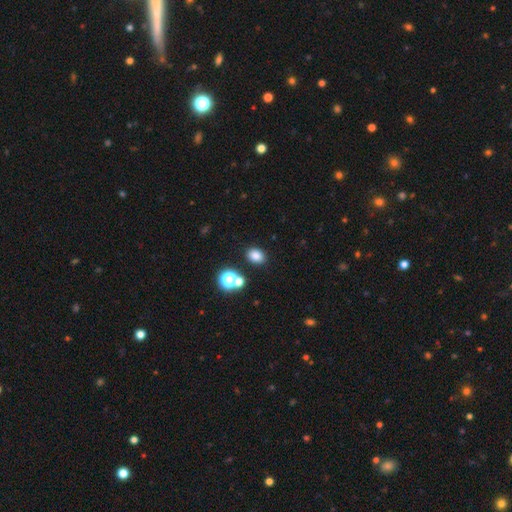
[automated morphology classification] Smooth or featured? smooth (80%)
How rounded? in between (66%)
Merging? none (84%)